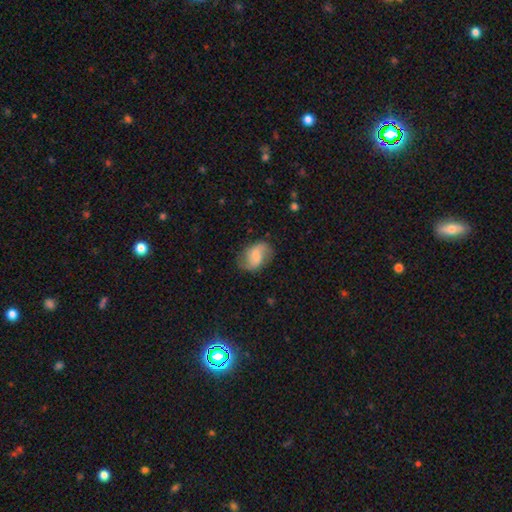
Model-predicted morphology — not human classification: featured or disk 50%, smooth 42%, star or artifact 8%. Down the decision tree: edge-on disk — no (97%); merging — none (75%).